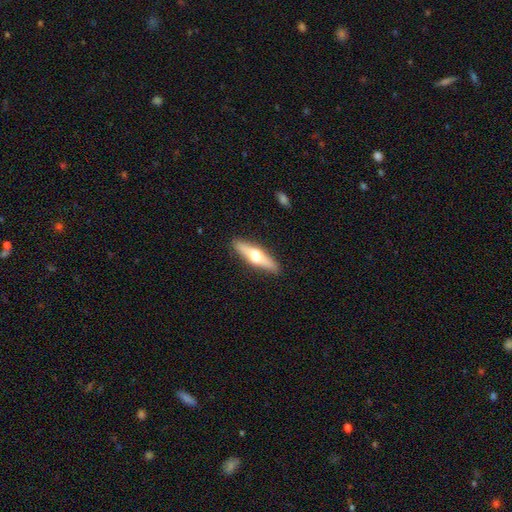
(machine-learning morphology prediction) A featured or disk galaxy (54%) viewed edge-on (92%). Merging: none (90%).